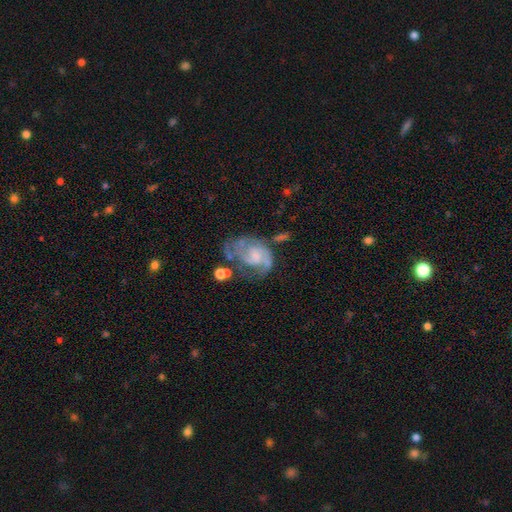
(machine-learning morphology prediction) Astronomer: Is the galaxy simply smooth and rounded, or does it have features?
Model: featured or disk — 79%.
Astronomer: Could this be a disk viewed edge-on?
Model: no — 98%.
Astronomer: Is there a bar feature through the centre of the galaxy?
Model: no — 60%.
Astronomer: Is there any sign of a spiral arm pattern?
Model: yes — 91%.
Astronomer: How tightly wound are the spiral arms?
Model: medium — 44% (runner-up: tight, 39%).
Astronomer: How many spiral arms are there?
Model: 2 — 57%.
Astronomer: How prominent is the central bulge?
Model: small — 34% (runner-up: none, 30%).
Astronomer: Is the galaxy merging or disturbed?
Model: none — 42% (runner-up: major disturbance, 25%).